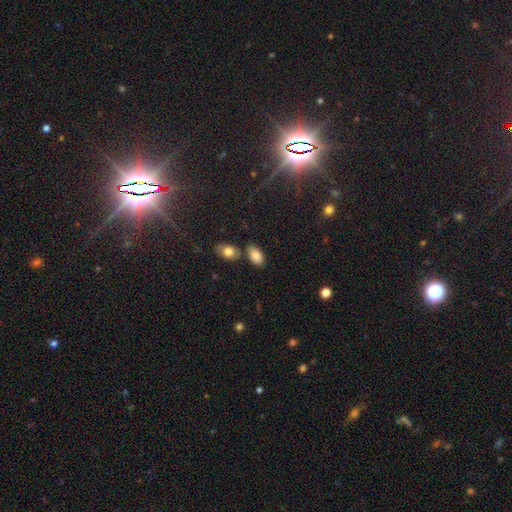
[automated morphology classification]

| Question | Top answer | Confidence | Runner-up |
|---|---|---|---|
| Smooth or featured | smooth | 85% | star or artifact (8%) |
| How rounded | in between | 93% | round (5%) |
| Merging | none | 70% | minor disturbance (14%) |